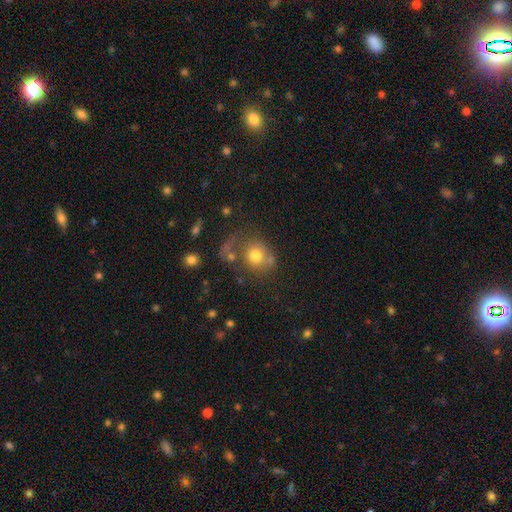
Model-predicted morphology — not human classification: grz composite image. It shows a smooth galaxy with no disk features (74%) that is round (76%). Merging: none (50%).